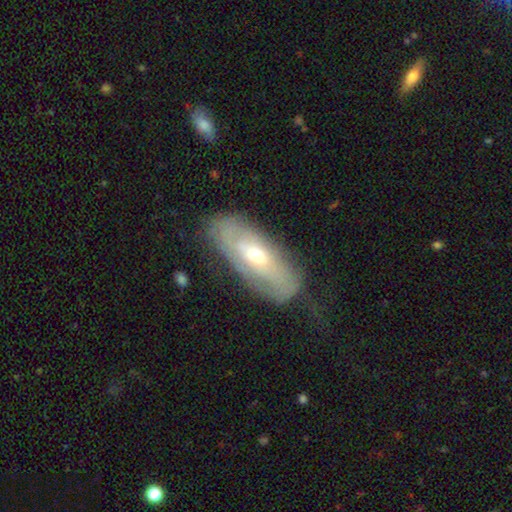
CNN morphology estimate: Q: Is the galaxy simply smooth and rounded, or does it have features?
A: featured or disk — 61%.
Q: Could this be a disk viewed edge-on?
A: no — 81%.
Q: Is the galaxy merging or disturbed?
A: none — 69%.